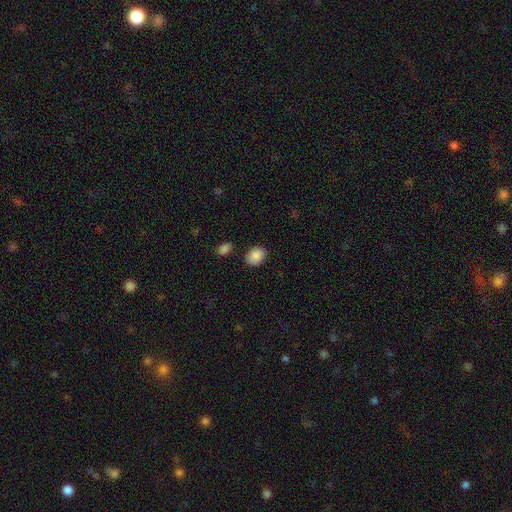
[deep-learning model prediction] A smooth galaxy with no disk features (88%) that is in between round and cigar-shaped (66%).

Vote fractions:
- Smooth or featured? smooth: 88% / star or artifact: 8% / featured or disk: 5%
- How rounded? in between: 66% / round: 33% / cigar-shaped: 1%
- Merging? none: 82% / minor disturbance: 12% / merger: 3% / major disturbance: 3%